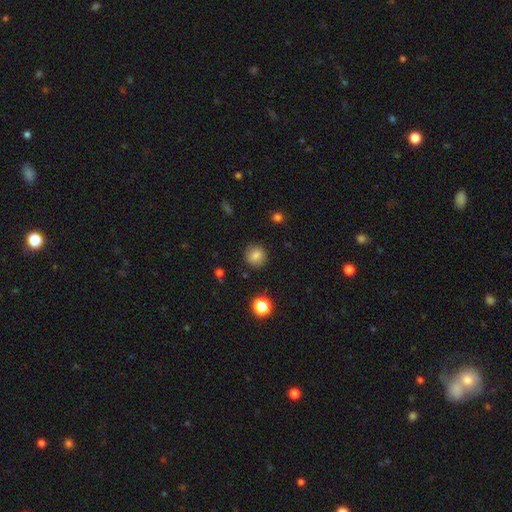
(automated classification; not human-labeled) Morphology: type=smooth (83%); roundness=round (92%); merging=none (89%).